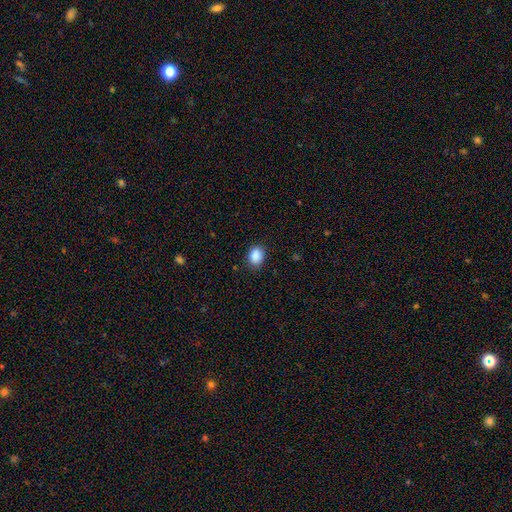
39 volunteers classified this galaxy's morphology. Volunteers were most divided on "how rounded": in between: 59%, round: 38%, cigar-shaped: 3%. More confident: smooth or featured — smooth (87%); merging — none (81%).